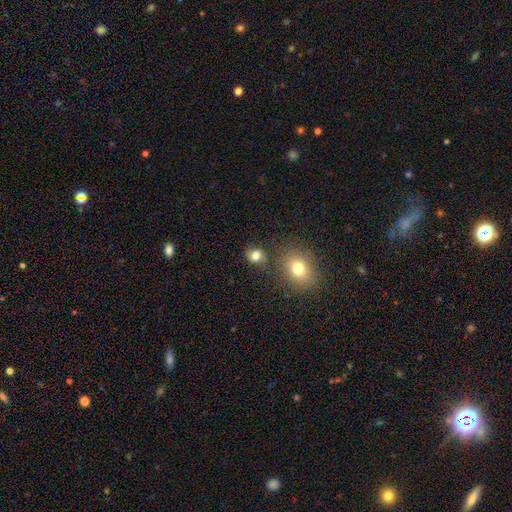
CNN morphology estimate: type=smooth (79%); roundness=round (69%); merging=none (73%).